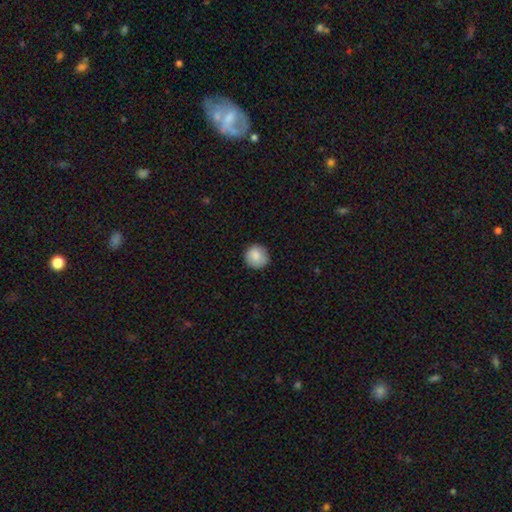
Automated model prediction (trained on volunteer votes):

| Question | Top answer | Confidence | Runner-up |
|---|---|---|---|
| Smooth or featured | smooth | 87% | star or artifact (8%) |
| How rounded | round | 94% | in between (5%) |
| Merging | none | 87% | minor disturbance (10%) |